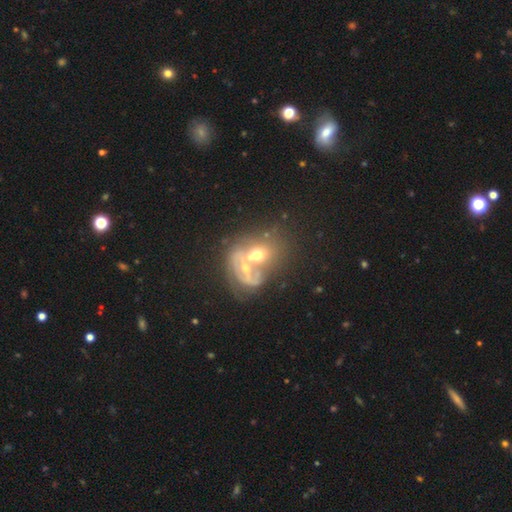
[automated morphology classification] smooth-or-featured: featured or disk: 46% | smooth: 37% | star or artifact: 17%
  merging: merger: 69% | none: 16% | major disturbance: 8% | minor disturbance: 7%